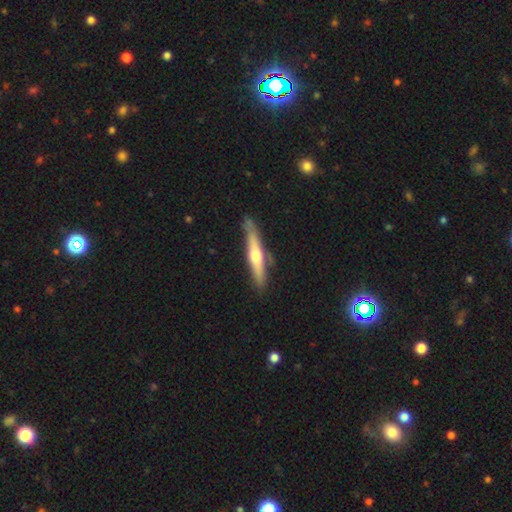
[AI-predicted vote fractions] A featured or disk galaxy (57%) viewed edge-on (94%) with a rounded central bulge (87%).

Vote fractions:
- Smooth or featured? featured or disk: 57% / smooth: 38% / star or artifact: 5%
- Edge-on disk? yes: 94% / no: 6%
- Edge-on bulge? rounded: 87% / none: 8% / boxy: 5%
- Merging? none: 78% / minor disturbance: 16% / major disturbance: 3% / merger: 3%